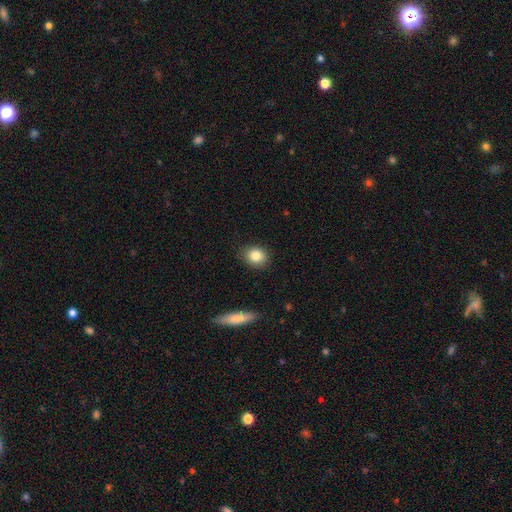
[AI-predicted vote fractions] Q: Smooth or featured?
A: smooth (83%); runner-up: star or artifact (9%)
Q: How rounded?
A: round (59%); runner-up: in between (40%)
Q: Merging?
A: none (88%); runner-up: minor disturbance (9%)